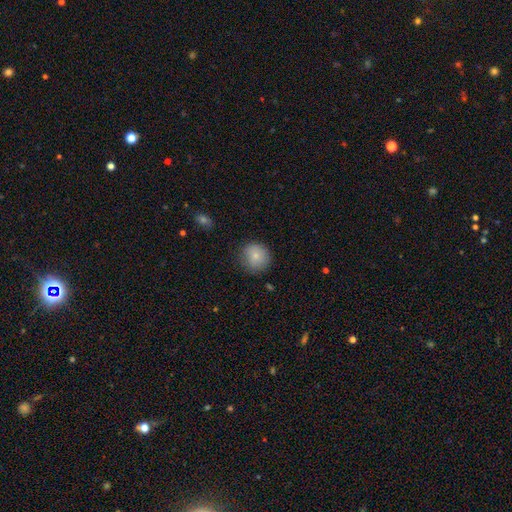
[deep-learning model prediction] Smooth or featured: smooth — 81% (featured or disk — 10%)
How rounded: round — 90% (in between — 9%)
Merging: none — 81% (minor disturbance — 14%)